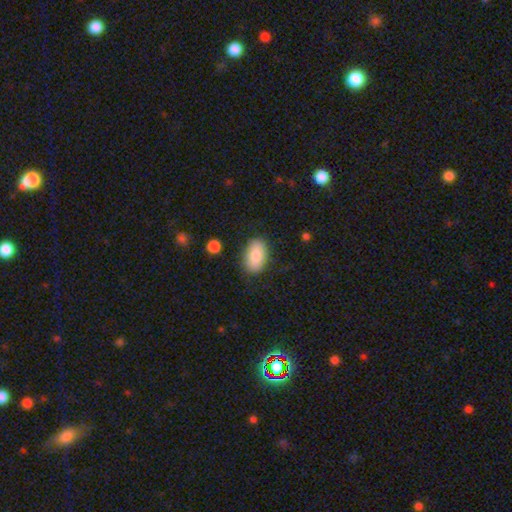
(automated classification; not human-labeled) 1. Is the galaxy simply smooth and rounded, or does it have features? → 83% smooth, 10% featured or disk, 7% star or artifact.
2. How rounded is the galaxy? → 92% in between, 6% round, 2% cigar-shaped.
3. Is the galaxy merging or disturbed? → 84% none, 12% minor disturbance, 3% major disturbance, 2% merger.